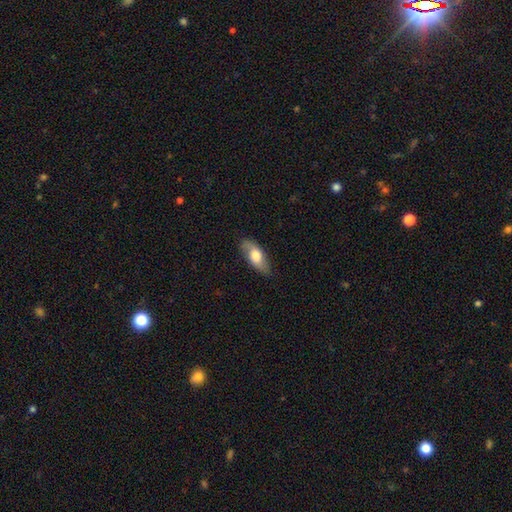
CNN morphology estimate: This appears to be a smooth galaxy with no disk features (60%) that is in between round and cigar-shaped (80%). Merging: none (79%).